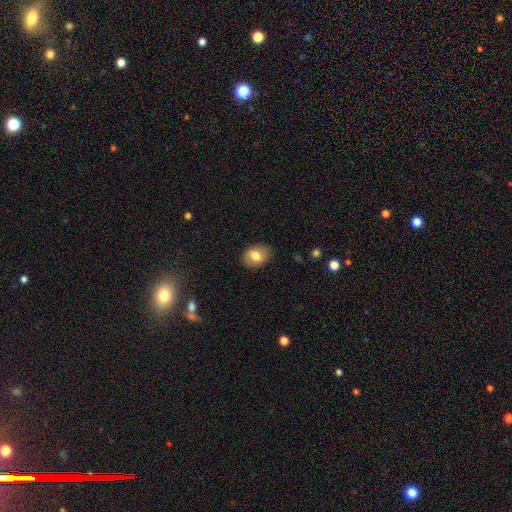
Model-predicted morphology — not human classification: This is likely a smooth galaxy (77%). How rounded: likely in between (71%). Merging: clearly none (86%).